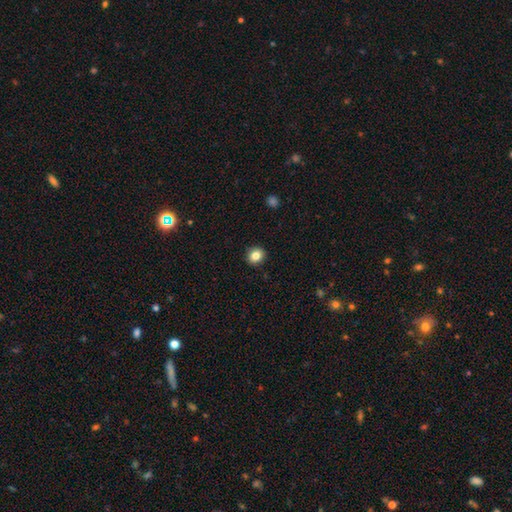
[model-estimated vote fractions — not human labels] Smooth or featured?
  - smooth: 83% *
  - star or artifact: 11%
  - featured or disk: 6%
How rounded?
  - round: 81% *
  - in between: 18%
  - cigar-shaped: 1%
Merging?
  - none: 92% *
  - minor disturbance: 6%
  - major disturbance: 2%
  - merger: 1%